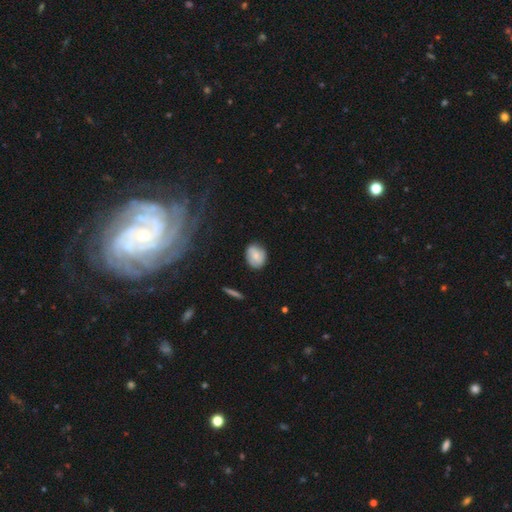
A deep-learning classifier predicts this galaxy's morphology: Smooth or featured?
  - smooth: 65% *
  - featured or disk: 27%
  - star or artifact: 8%
How rounded?
  - in between: 50% *
  - round: 48%
  - cigar-shaped: 2%
Merging?
  - none: 78% *
  - minor disturbance: 17%
  - major disturbance: 4%
  - merger: 2%